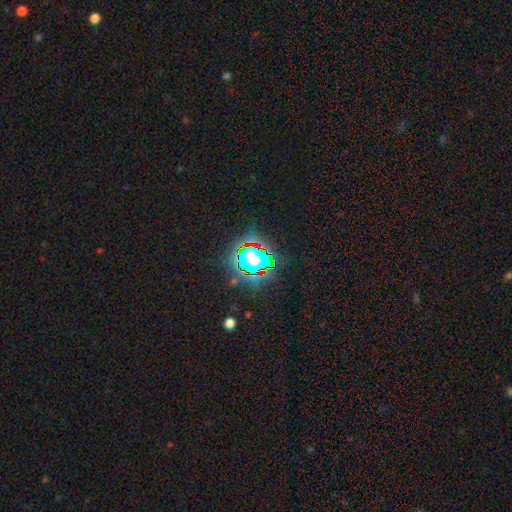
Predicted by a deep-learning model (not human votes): star or artifact 81%, smooth 12%, featured or disk 7%.